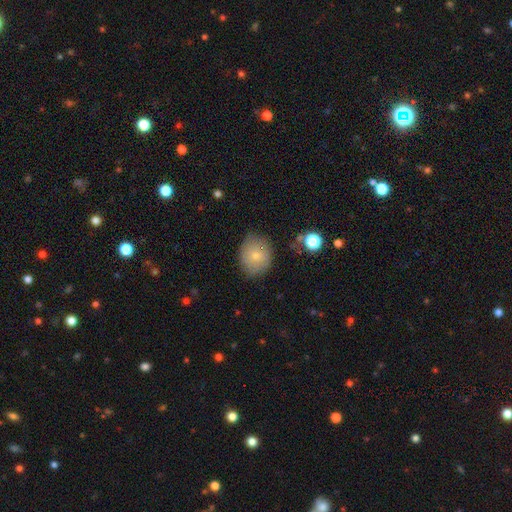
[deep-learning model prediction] Smooth or featured? smooth (76%)
How rounded? round (66%)
Merging? none (74%)